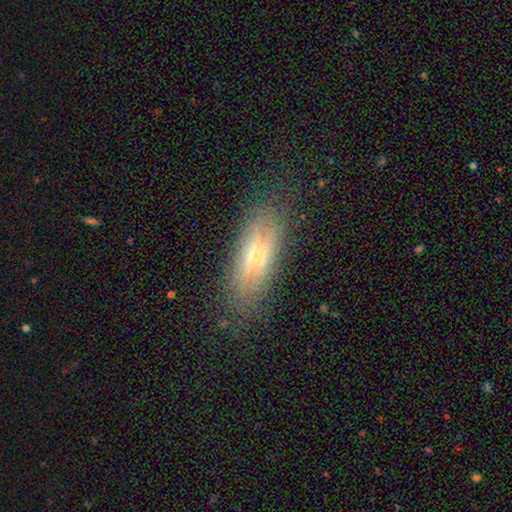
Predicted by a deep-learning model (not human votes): Morphology: type=featured or disk (54%); edge-on=yes (78%); merging=none (80%).